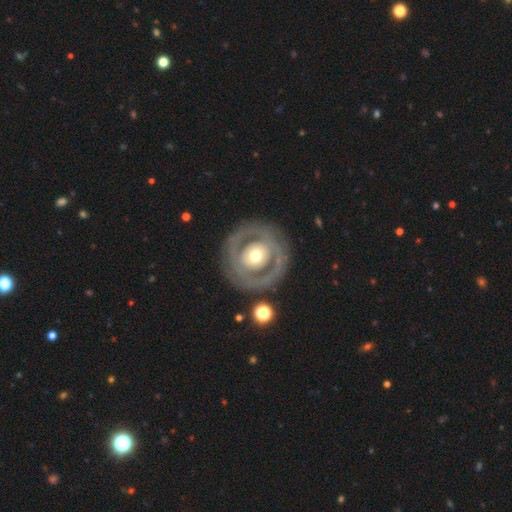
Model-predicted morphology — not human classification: smooth-or-featured: featured or disk: 67% | smooth: 28% | star or artifact: 5%
  disk-edge-on: no: 96% | yes: 4%
    bar: no: 77% | weak: 15% | strong: 8%
    has-spiral-arms: no: 67% | yes: 33%
    bulge-size: moderate: 67% | large: 17% | small: 14% | dominant: 2% | none: 1%
  merging: none: 80% | minor disturbance: 11% | major disturbance: 7% | merger: 2%